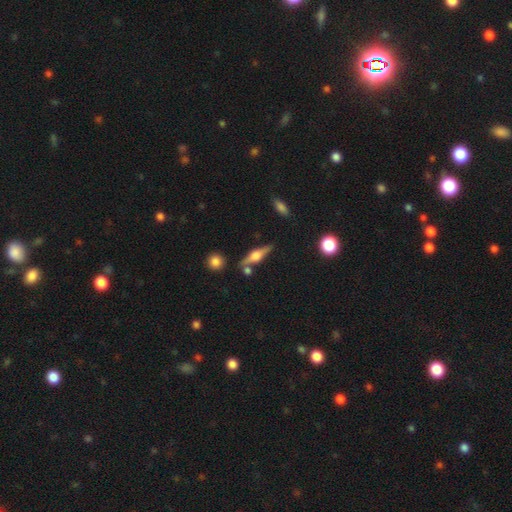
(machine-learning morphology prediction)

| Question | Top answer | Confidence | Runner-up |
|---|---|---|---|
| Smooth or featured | featured or disk | 69% | smooth (24%) |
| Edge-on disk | yes | 96% | no (4%) |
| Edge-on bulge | rounded | 87% | boxy (11%) |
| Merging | none | 76% | minor disturbance (12%) |